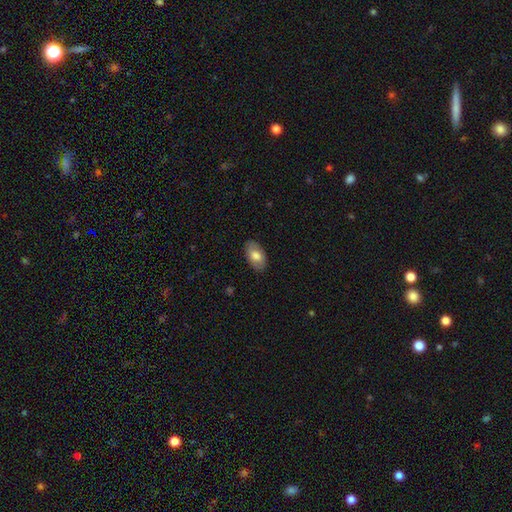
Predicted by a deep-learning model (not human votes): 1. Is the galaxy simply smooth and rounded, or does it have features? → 74% smooth, 20% featured or disk, 6% star or artifact.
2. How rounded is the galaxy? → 94% in between, 5% round, 1% cigar-shaped.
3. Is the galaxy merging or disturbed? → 85% none, 12% minor disturbance, 3% major disturbance, 1% merger.